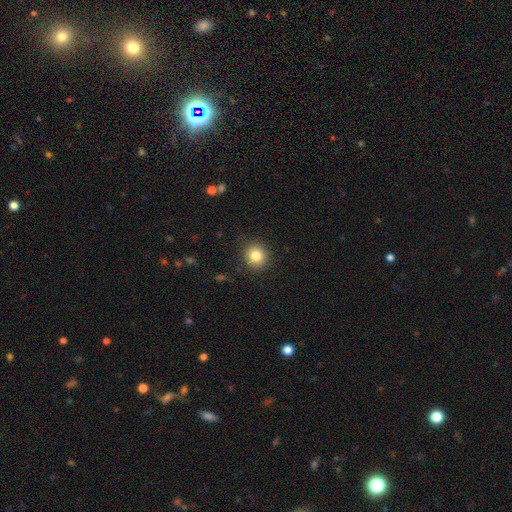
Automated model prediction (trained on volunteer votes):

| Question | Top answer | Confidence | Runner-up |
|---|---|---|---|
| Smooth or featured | smooth | 82% | star or artifact (11%) |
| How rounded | round | 89% | in between (10%) |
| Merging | none | 89% | minor disturbance (7%) |